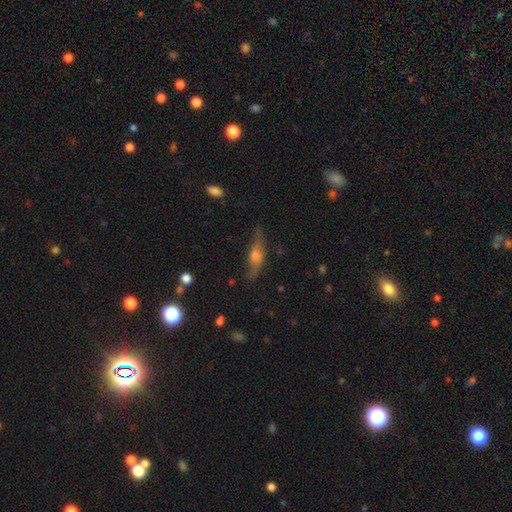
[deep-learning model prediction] This appears to be a featured or disk galaxy (55%) viewed edge-on (79%). Merging: none (72%).